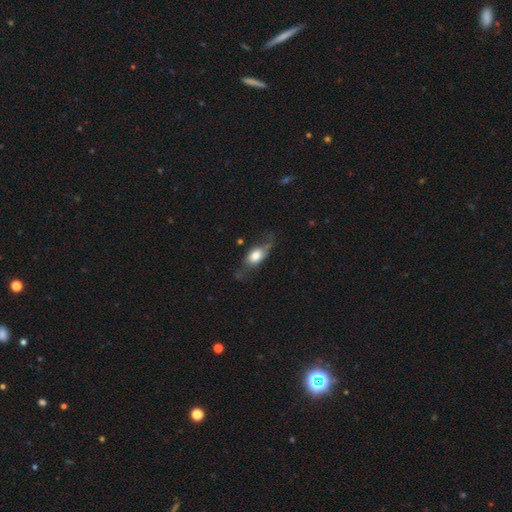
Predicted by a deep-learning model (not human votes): smooth 60%, featured or disk 33%, star or artifact 7%. Down the decision tree: how rounded — in between (77%); merging — none (47%).